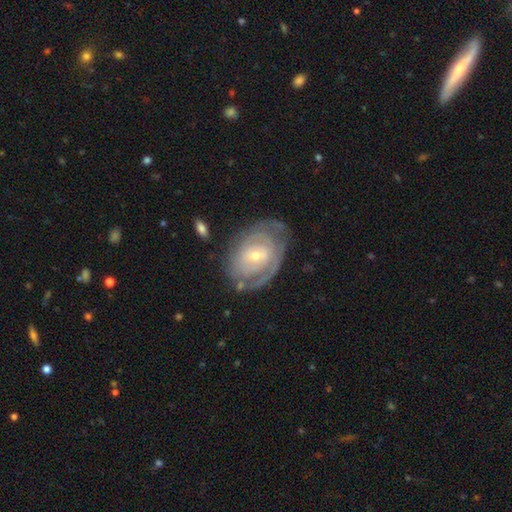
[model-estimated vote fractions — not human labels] smooth-or-featured: featured or disk: 79% | smooth: 15% | star or artifact: 6%
  disk-edge-on: no: 96% | yes: 4%
    bar: no: 57% | weak: 34% | strong: 9%
    has-spiral-arms: yes: 83% | no: 17%
      spiral-winding: tight: 71% | medium: 22% | loose: 7%
      spiral-arm-count: can't tell: 46% | 2: 29% | 3: 10% | 1: 8% | 4: 4% | more than 4: 3%
    bulge-size: small: 60% | moderate: 36% | large: 2% | none: 1% | dominant: 1%
  merging: none: 67% | minor disturbance: 20% | major disturbance: 10% | merger: 3%